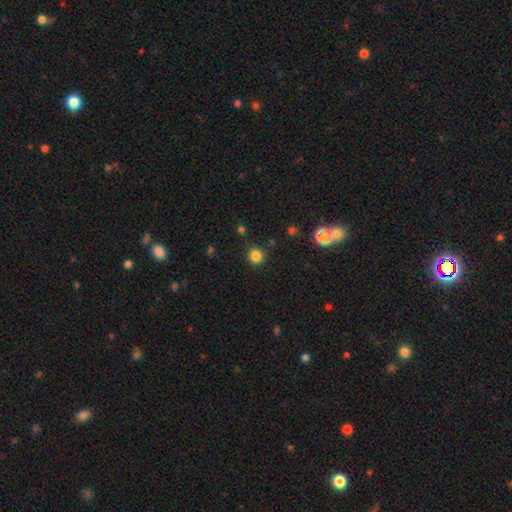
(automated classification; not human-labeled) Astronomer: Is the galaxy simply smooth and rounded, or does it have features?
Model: smooth — 83%.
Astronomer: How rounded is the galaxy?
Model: round — 93%.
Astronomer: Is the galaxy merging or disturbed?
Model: none — 88%.